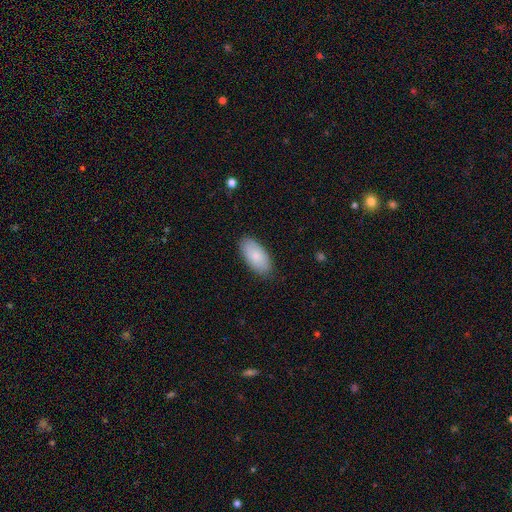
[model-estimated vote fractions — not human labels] smooth 83%, featured or disk 11%, star or artifact 6%. Down the decision tree: how rounded — in between (94%); merging — none (85%).